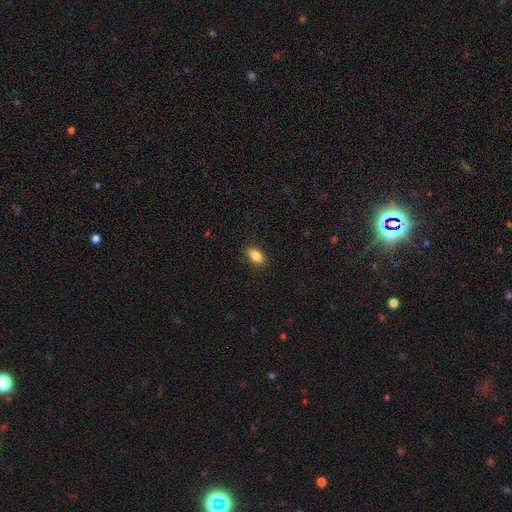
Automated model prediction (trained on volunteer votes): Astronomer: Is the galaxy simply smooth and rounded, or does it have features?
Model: smooth — 86%.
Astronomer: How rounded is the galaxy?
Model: in between — 90%.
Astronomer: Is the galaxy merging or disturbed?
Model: none — 89%.